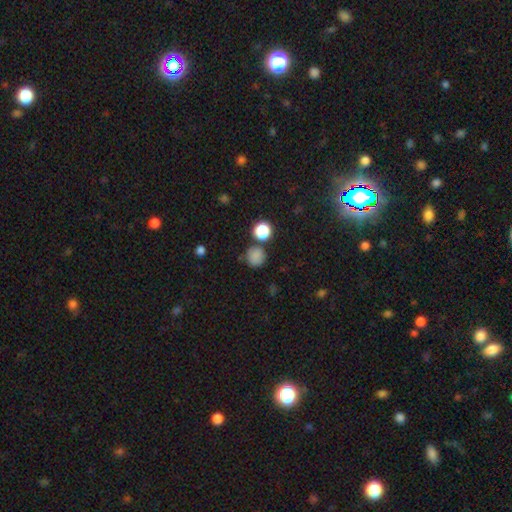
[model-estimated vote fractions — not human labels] Q: Smooth or featured?
A: smooth (81%); runner-up: star or artifact (14%)
Q: How rounded?
A: round (91%); runner-up: in between (8%)
Q: Merging?
A: none (75%); runner-up: minor disturbance (12%)